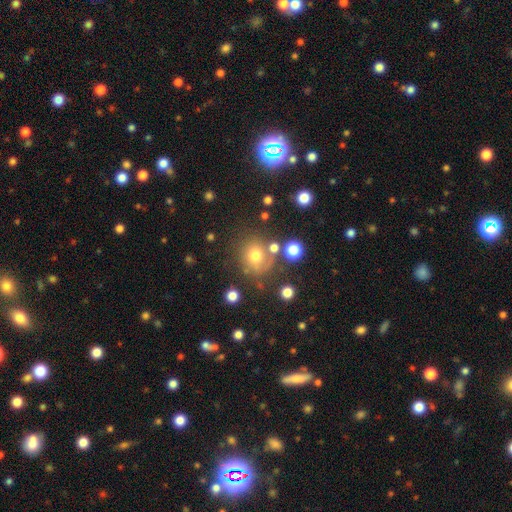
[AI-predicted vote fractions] smooth 67%, star or artifact 17%, featured or disk 16%. Down the decision tree: how rounded — round (83%); merging — none (63%).